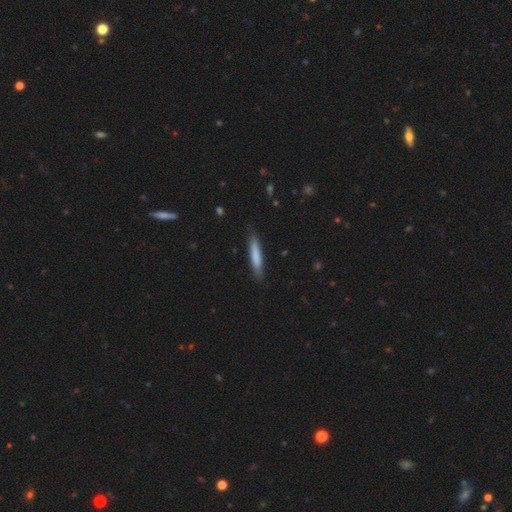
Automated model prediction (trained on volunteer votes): A smooth galaxy with no disk features (77%) that is cigar-shaped (91%). Merging: none (84%).